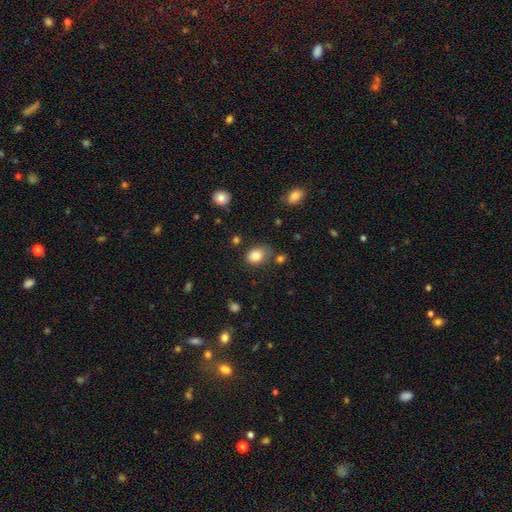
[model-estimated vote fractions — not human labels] Smooth or featured? smooth (84%)
How rounded? in between (70%)
Merging? none (65%)